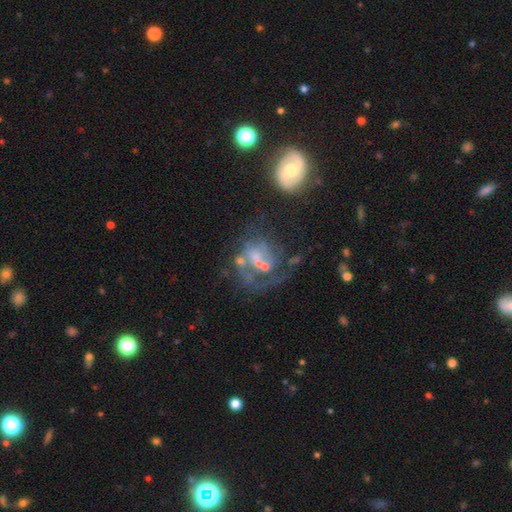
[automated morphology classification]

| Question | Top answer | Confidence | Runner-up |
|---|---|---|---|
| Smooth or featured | featured or disk | 66% | smooth (19%) |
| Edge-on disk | no | 97% | yes (3%) |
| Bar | no | 68% | weak (24%) |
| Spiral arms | no | 52% | yes (48%) |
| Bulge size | small | 39% | moderate (31%) |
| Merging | major disturbance | 32% | none (29%) |